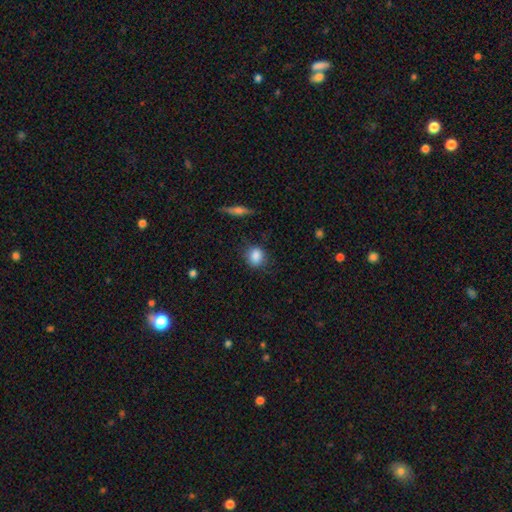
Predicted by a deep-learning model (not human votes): This appears to be a smooth galaxy with no disk features (85%) that is round (73%). Merging: none (78%).